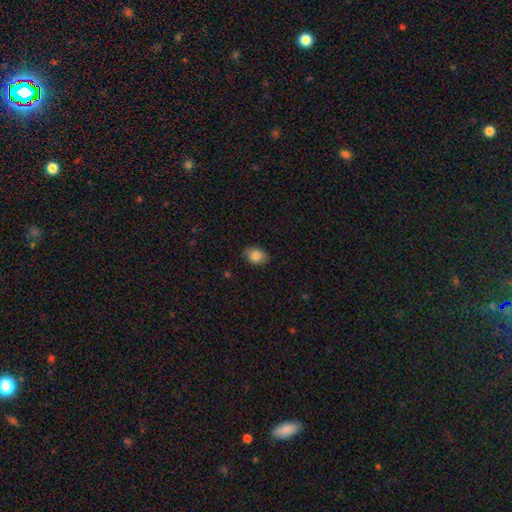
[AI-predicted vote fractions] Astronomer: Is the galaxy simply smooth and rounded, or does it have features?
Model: smooth — 84%.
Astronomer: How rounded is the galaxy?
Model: in between — 74%.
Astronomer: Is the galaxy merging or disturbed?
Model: none — 85%.